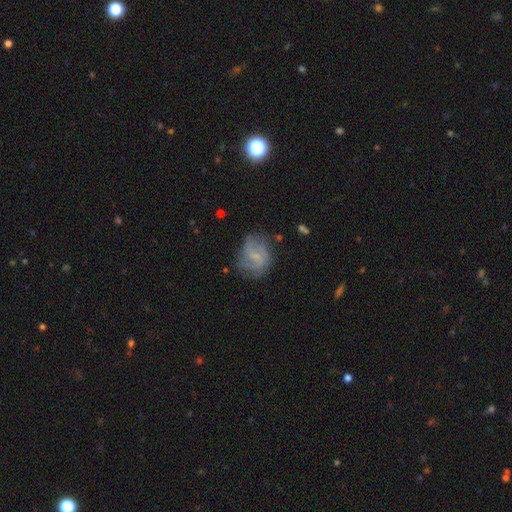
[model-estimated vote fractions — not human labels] smooth_or_featured: featured or disk (p=0.61) [alt: smooth p=0.30]
disk_edge_on: no (p=0.98) [alt: yes p=0.02]
bar: weak (p=0.50) [alt: no p=0.41]
has_spiral_arms: yes (p=0.80) [alt: no p=0.20]
bulge_size: small (p=0.54) [alt: none p=0.27]
merging: none (p=0.58) [alt: minor disturbance p=0.25]